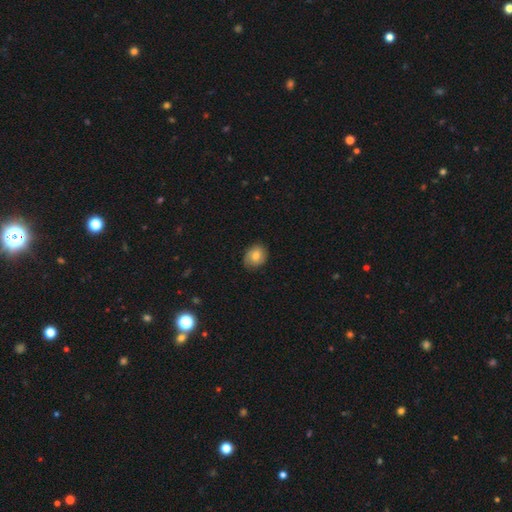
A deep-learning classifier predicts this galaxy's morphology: This appears to be a smooth galaxy with no disk features (66%) that is round (50%). Merging: none (77%).